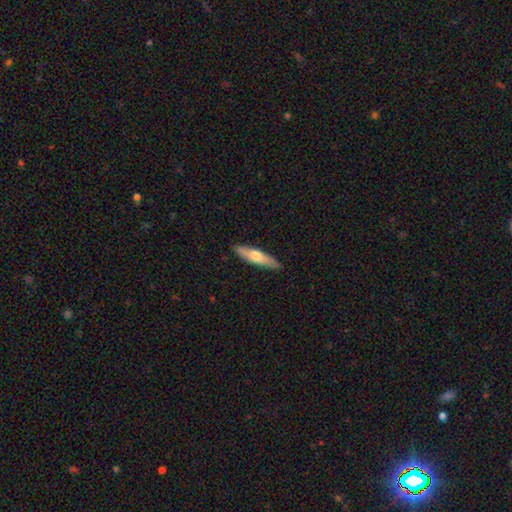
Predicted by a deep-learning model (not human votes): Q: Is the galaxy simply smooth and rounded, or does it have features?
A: smooth — 56%.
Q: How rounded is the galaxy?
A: cigar-shaped — 78%.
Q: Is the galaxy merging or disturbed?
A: none — 89%.